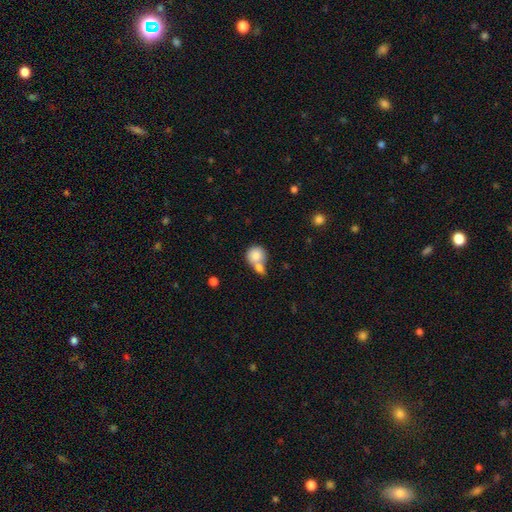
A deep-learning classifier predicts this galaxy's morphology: smooth_or_featured: smooth (p=0.82) [alt: featured or disk p=0.10]
how_rounded: round (p=0.84) [alt: in between p=0.15]
merging: merger (p=0.54) [alt: none p=0.33]